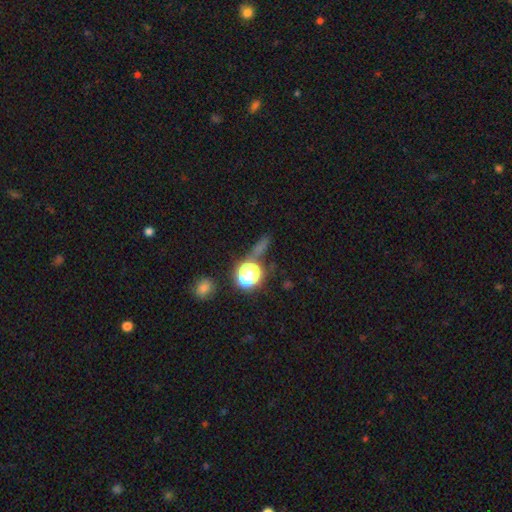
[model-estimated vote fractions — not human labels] Morphology: type=star or artifact (64%).